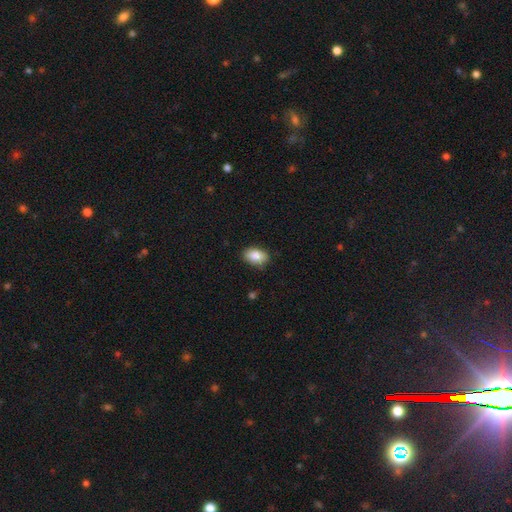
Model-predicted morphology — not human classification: Overall: smooth (87%). How rounded: in between (89%). Merging: none (84%).